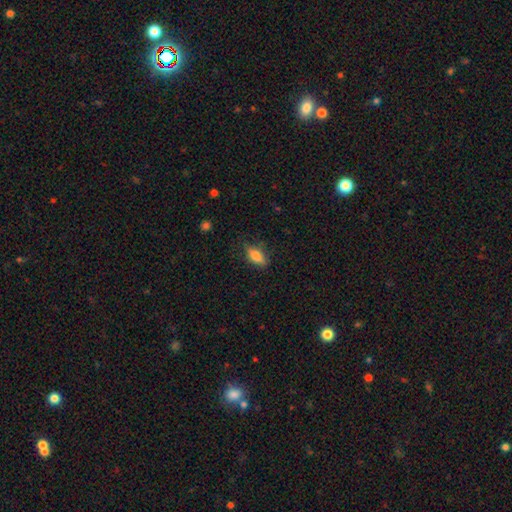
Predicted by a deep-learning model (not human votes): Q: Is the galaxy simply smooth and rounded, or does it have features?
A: smooth — 75%.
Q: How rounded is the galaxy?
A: in between — 76%.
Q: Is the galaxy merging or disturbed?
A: none — 75%.